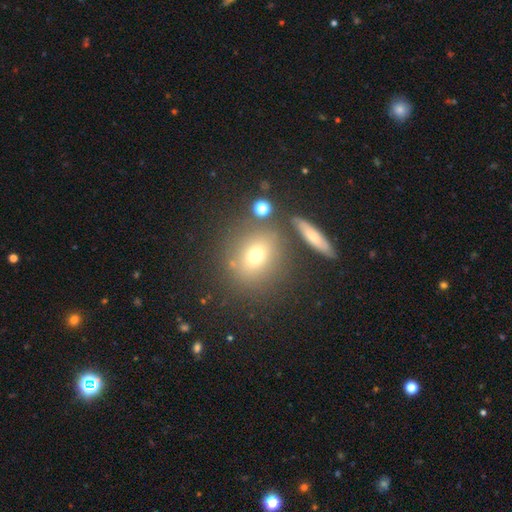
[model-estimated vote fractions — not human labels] Smooth or featured?
  - smooth: 66% *
  - featured or disk: 18%
  - star or artifact: 16%
How rounded?
  - round: 66% *
  - in between: 31%
  - cigar-shaped: 3%
Merging?
  - none: 75% *
  - minor disturbance: 11%
  - merger: 9%
  - major disturbance: 5%